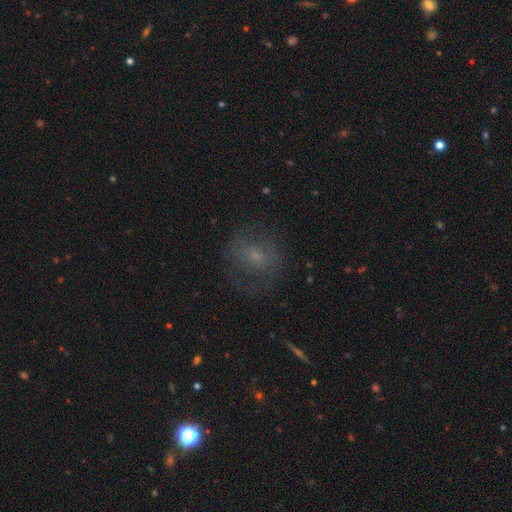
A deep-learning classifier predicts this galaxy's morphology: smooth-or-featured: featured or disk: 42% | smooth: 41% | star or artifact: 17%
  merging: none: 65% | minor disturbance: 18% | major disturbance: 16% | merger: 1%